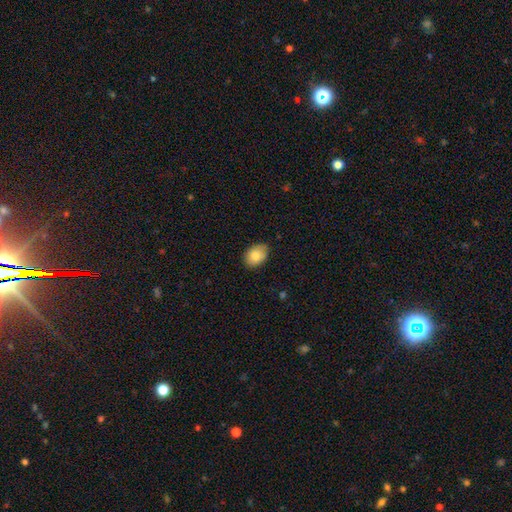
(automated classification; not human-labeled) smooth-or-featured: smooth: 81% | featured or disk: 11% | star or artifact: 8%
  how-rounded: in between: 73% | round: 26% | cigar-shaped: 1%
  merging: none: 78% | minor disturbance: 18% | major disturbance: 3% | merger: 1%